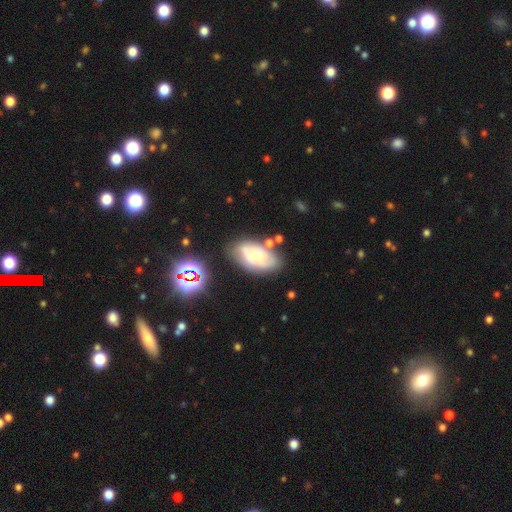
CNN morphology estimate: This is possibly a featured or disk galaxy (46%). Merging: possibly none (59%).